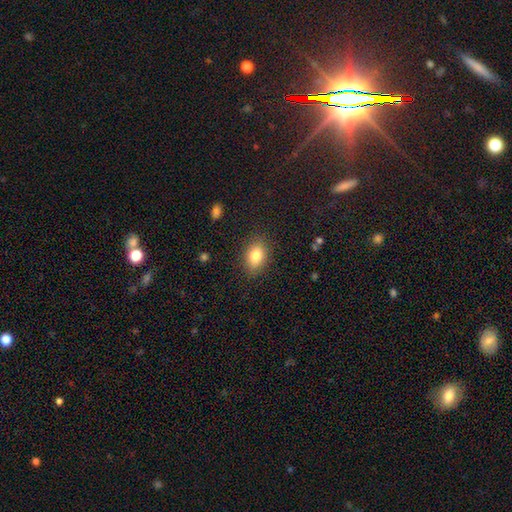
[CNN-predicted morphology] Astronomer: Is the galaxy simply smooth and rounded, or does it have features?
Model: smooth — 81%.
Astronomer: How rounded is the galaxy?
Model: in between — 80%.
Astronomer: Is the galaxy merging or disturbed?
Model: none — 86%.